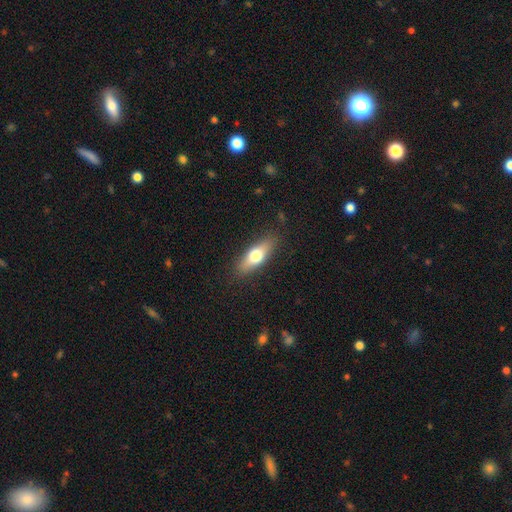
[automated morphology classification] The model was most divided on "how rounded": in between: 60%, cigar-shaped: 37%, round: 4%. More confident: merging — none (85%); smooth or featured — smooth (64%).